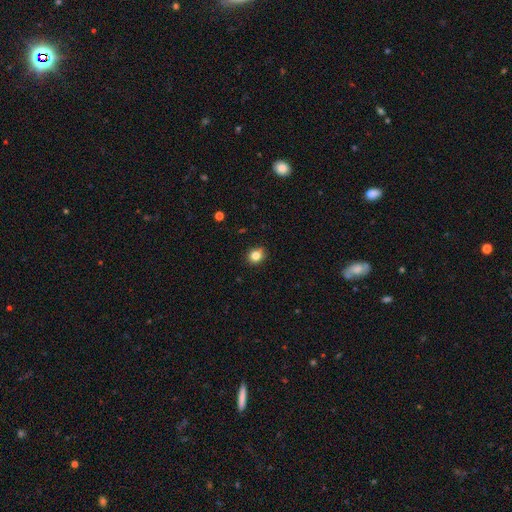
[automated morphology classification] smooth_or_featured: smooth (p=0.82) [alt: star or artifact p=0.12]
how_rounded: round (p=0.71) [alt: in between p=0.28]
merging: none (p=0.85) [alt: minor disturbance p=0.12]